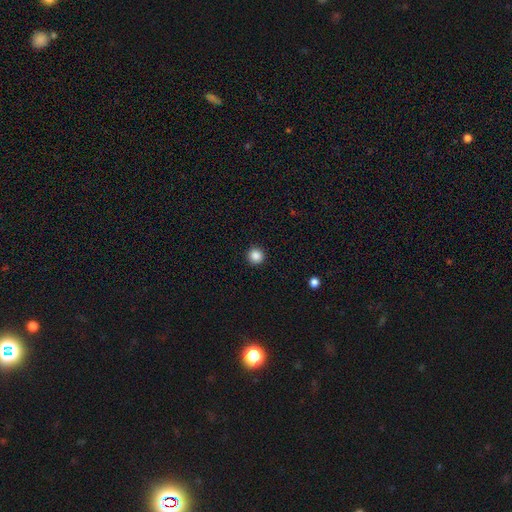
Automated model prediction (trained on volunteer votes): Q: Smooth or featured?
A: smooth (87%); runner-up: star or artifact (10%)
Q: How rounded?
A: round (95%); runner-up: in between (4%)
Q: Merging?
A: none (93%); runner-up: minor disturbance (5%)